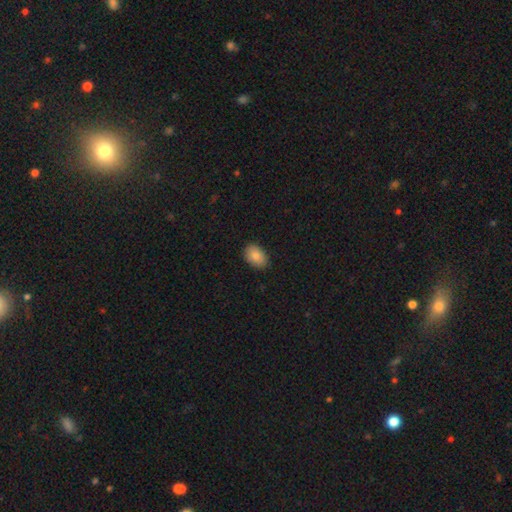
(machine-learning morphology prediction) This is clearly a smooth galaxy (85%). How rounded: clearly in between (85%). Merging: clearly none (86%).